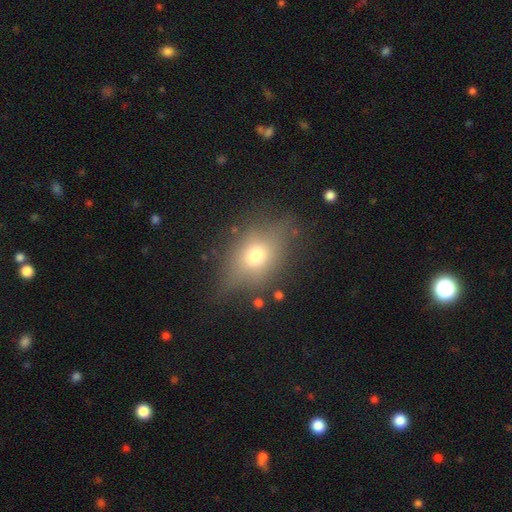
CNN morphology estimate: This is likely a smooth galaxy (62%). How rounded: likely in between (69%). Merging: likely none (71%).